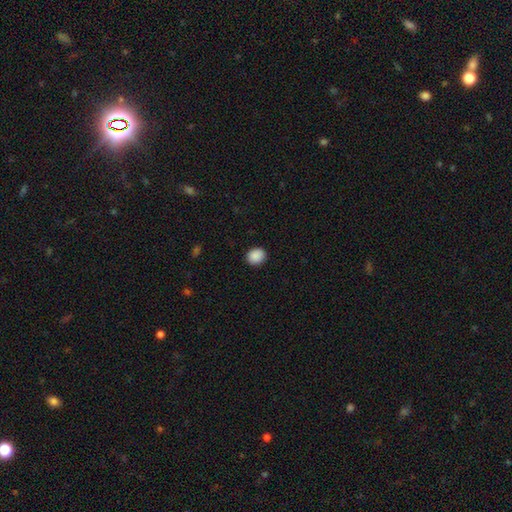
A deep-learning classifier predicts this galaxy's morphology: type=smooth (89%); roundness=round (67%); merging=none (90%).